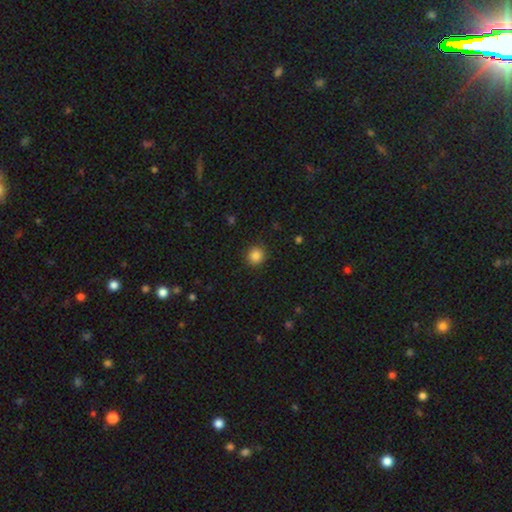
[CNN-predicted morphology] Smooth or featured? Predicted: smooth (p=0.86). How rounded? Predicted: round (p=0.90). Merging? Predicted: none (p=0.90).